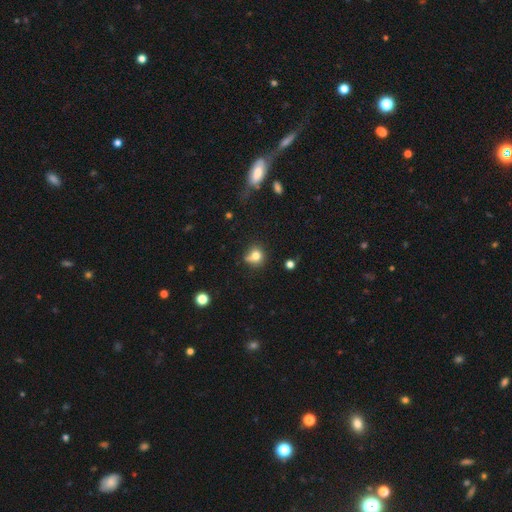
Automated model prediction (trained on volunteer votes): Q: Smooth or featured?
A: smooth (77%); runner-up: star or artifact (13%)
Q: How rounded?
A: round (80%); runner-up: in between (18%)
Q: Merging?
A: none (58%); runner-up: minor disturbance (25%)